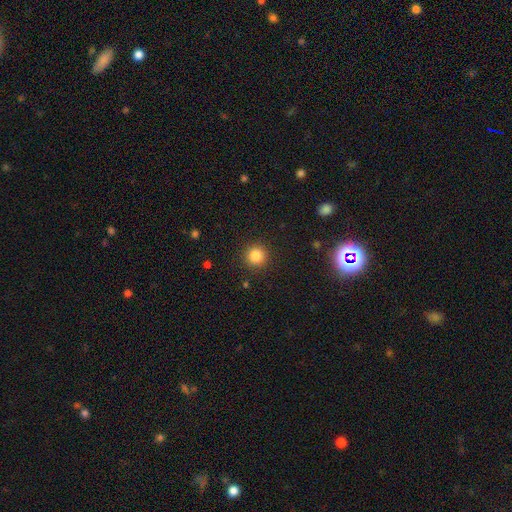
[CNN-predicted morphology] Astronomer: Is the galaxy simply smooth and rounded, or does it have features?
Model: smooth — 84%.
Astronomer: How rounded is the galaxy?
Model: round — 94%.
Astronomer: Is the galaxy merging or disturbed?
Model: none — 91%.